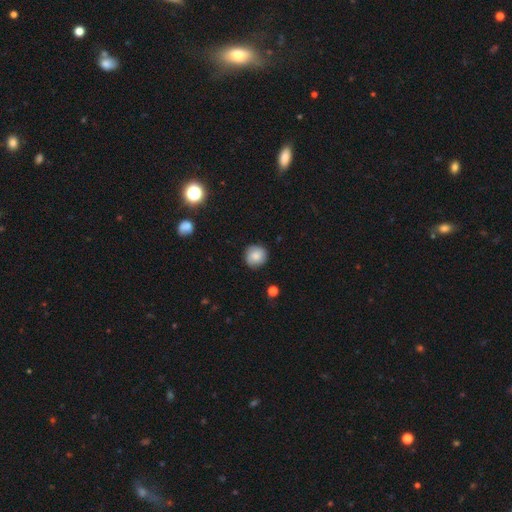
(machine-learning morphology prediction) Smooth or featured: smooth — 77% (featured or disk — 14%)
How rounded: round — 93% (in between — 6%)
Merging: none — 87% (minor disturbance — 9%)